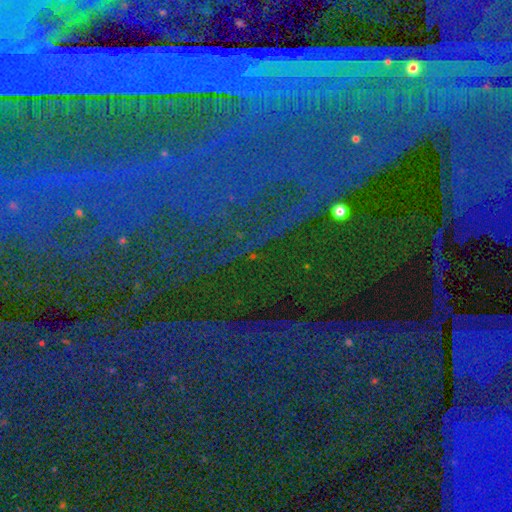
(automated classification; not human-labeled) The model was most divided on "smooth or featured": star or artifact: 87%, featured or disk: 7%, smooth: 6%.